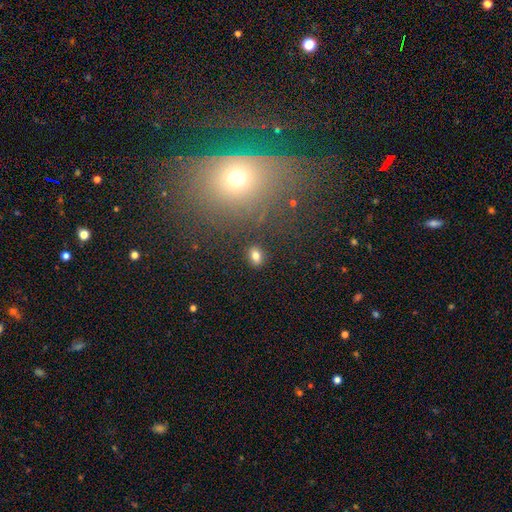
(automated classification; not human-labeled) Smooth or featured: smooth — 78% (star or artifact — 13%)
How rounded: in between — 72% (round — 27%)
Merging: none — 86% (minor disturbance — 9%)